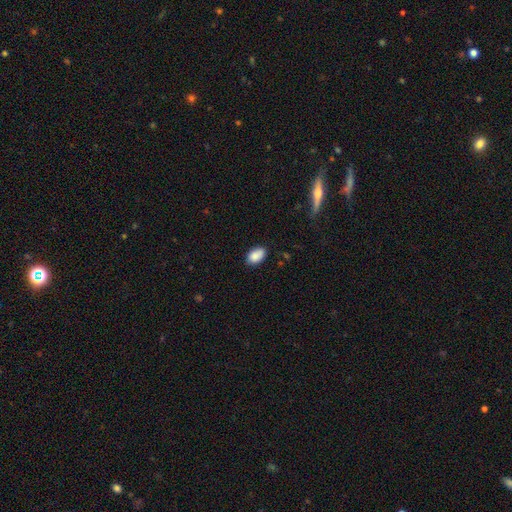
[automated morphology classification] A smooth galaxy with no disk features (86%) that is in between round and cigar-shaped (90%).

Vote fractions:
- Smooth or featured? smooth: 86% / star or artifact: 7% / featured or disk: 6%
- How rounded? in between: 90% / round: 8% / cigar-shaped: 1%
- Merging? none: 80% / minor disturbance: 16% / major disturbance: 3% / merger: 2%